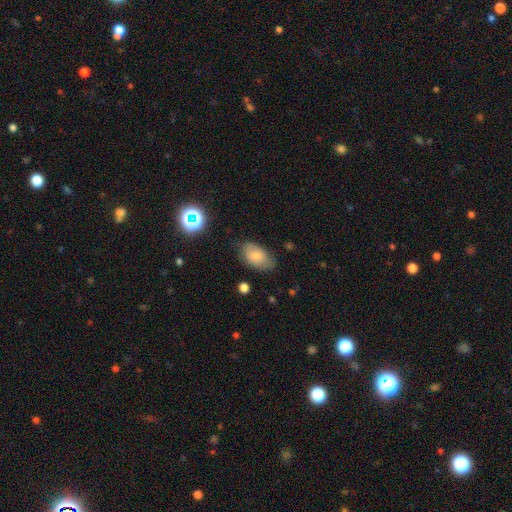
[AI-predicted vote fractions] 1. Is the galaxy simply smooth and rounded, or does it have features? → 76% smooth, 15% featured or disk, 9% star or artifact.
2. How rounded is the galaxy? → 92% in between, 6% round, 2% cigar-shaped.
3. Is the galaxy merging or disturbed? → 70% none, 23% minor disturbance, 6% major disturbance, 2% merger.